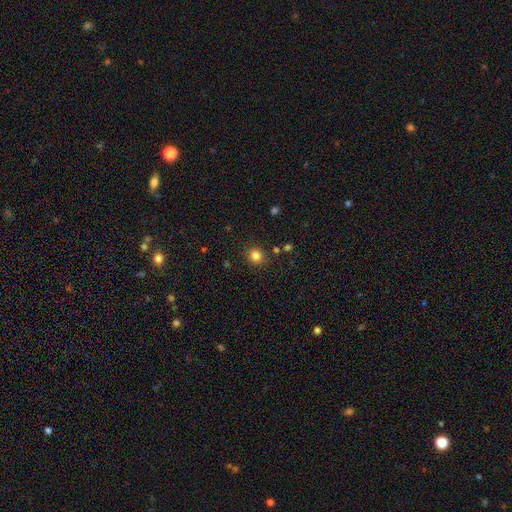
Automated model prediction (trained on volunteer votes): Smooth or featured? Predicted: smooth (p=0.82). How rounded? Predicted: round (p=0.88). Merging? Predicted: none (p=0.87).